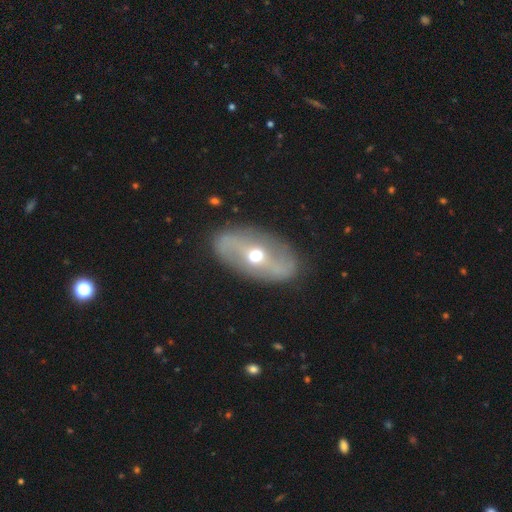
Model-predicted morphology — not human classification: This appears to be a featured or disk galaxy (66%) with a weak bar (37%), no spiral arms (55%) and a moderate central bulge (72%). Merging: none (82%).